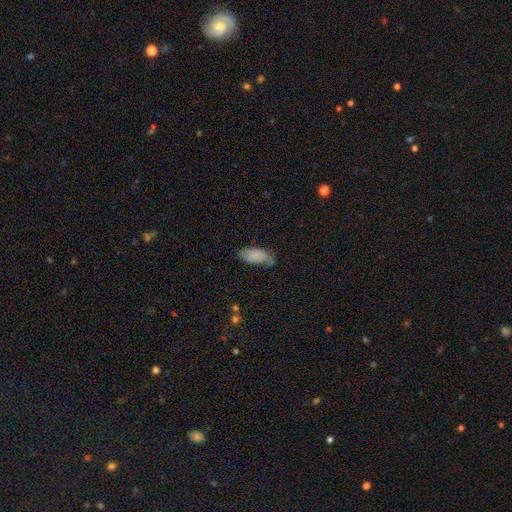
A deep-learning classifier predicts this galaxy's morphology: type=smooth (83%); roundness=in between (86%); merging=none (57%).